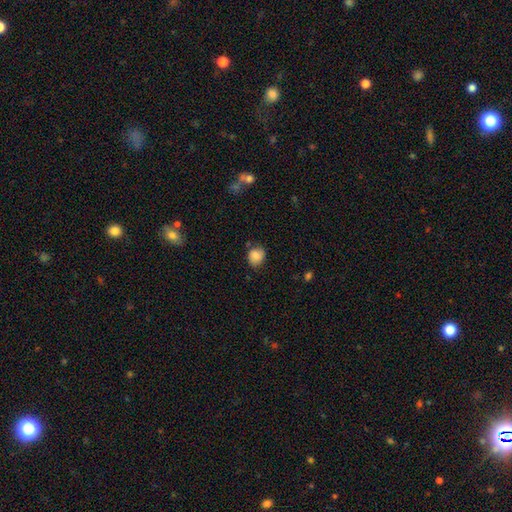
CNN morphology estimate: Smooth or featured?
  - smooth: 82% *
  - star or artifact: 9%
  - featured or disk: 9%
How rounded?
  - round: 69% *
  - in between: 31%
  - cigar-shaped: 1%
Merging?
  - none: 71% *
  - minor disturbance: 21%
  - major disturbance: 4%
  - merger: 3%